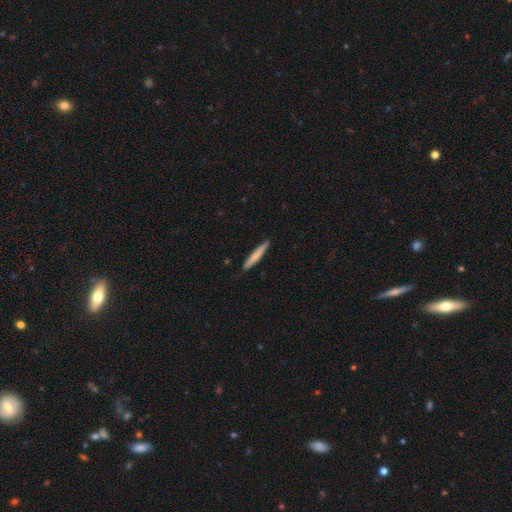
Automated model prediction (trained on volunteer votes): Overall: smooth (72%). How rounded: cigar-shaped (95%). Merging: none (90%).